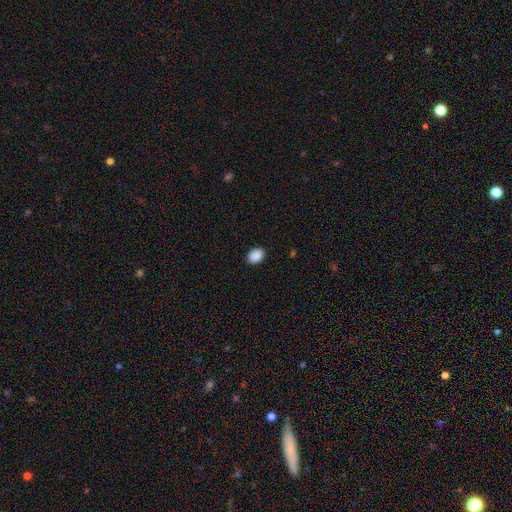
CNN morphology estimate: smooth 90%, star or artifact 8%, featured or disk 2%. Down the decision tree: how rounded — in between (69%); merging — none (89%).